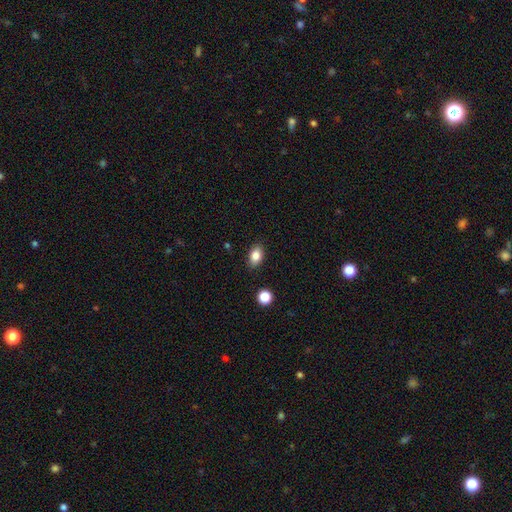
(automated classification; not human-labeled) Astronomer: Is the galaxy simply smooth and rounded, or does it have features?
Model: smooth — 84%.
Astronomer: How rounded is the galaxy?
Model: in between — 85%.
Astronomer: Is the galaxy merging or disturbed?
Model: none — 87%.